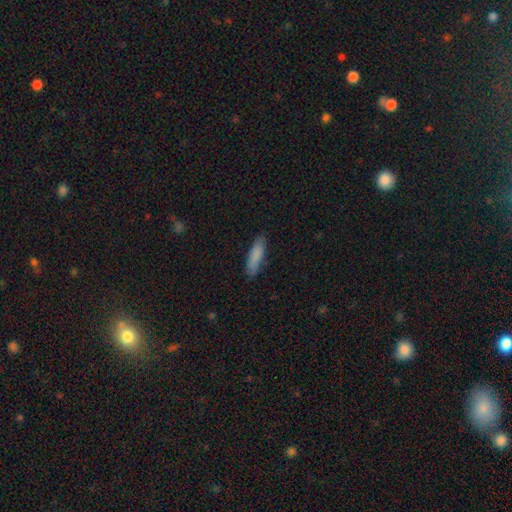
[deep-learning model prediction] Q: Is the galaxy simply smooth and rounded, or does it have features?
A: smooth — 85%.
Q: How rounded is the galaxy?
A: cigar-shaped — 66%.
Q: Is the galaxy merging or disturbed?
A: none — 83%.